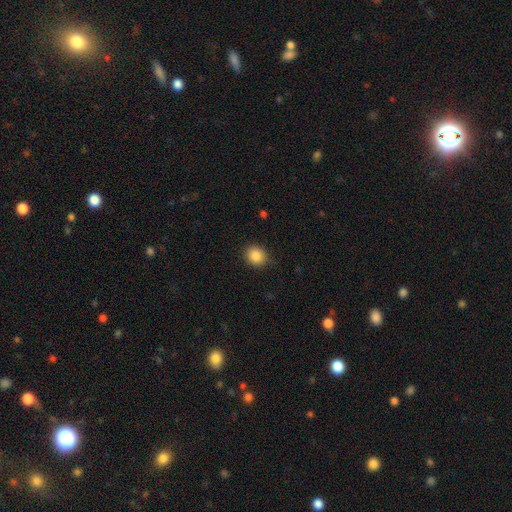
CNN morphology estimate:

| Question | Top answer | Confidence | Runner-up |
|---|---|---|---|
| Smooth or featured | smooth | 86% | star or artifact (9%) |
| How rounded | round | 76% | in between (23%) |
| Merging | none | 85% | minor disturbance (11%) |